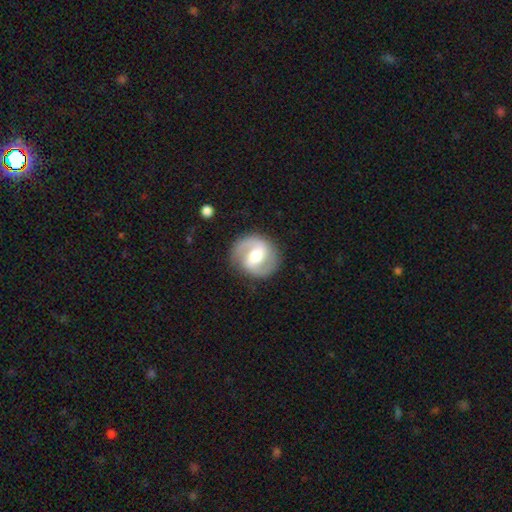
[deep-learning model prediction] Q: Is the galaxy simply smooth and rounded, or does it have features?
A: featured or disk — 80%.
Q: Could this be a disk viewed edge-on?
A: no — 97%.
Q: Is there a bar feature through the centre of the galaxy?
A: weak — 45%.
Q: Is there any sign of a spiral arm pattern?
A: yes — 91%.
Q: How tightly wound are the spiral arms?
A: medium — 53%.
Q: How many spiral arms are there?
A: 2 — 91%.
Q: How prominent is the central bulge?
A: moderate — 67%.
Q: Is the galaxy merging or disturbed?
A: none — 85%.